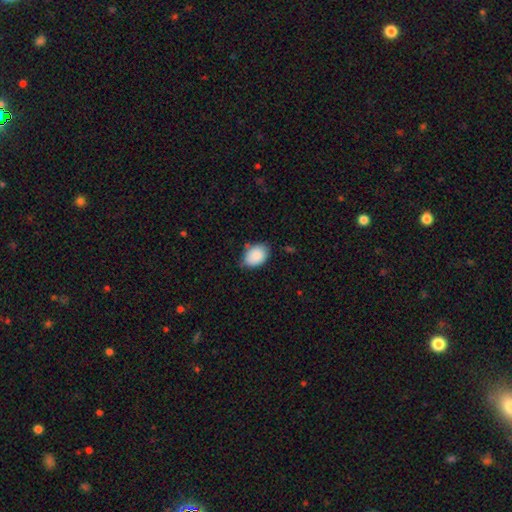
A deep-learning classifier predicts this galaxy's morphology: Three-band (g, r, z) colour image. It shows a smooth galaxy with no disk features (88%) that is in between round and cigar-shaped (80%). Merging: none (69%).